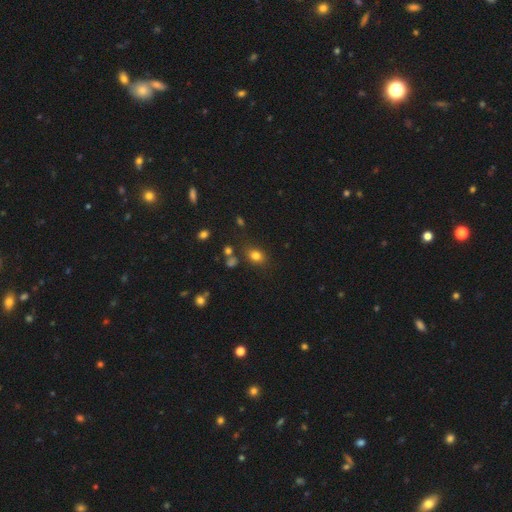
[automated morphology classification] This appears to be a smooth galaxy with no disk features (79%) that is in between round and cigar-shaped (58%). Merging: none (76%).